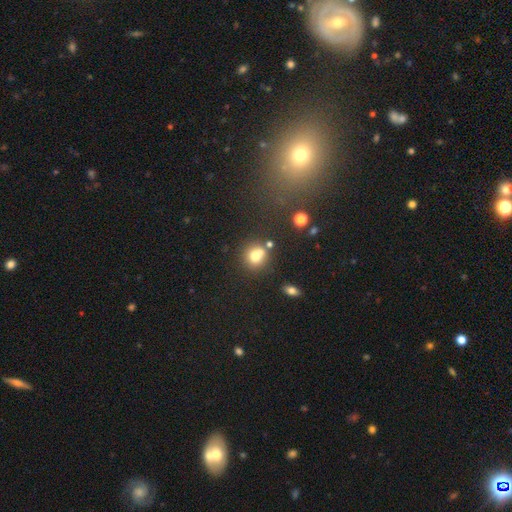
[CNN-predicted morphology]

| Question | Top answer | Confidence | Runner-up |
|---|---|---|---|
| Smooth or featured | smooth | 71% | featured or disk (15%) |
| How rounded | round | 80% | in between (18%) |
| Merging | none | 51% | merger (33%) |